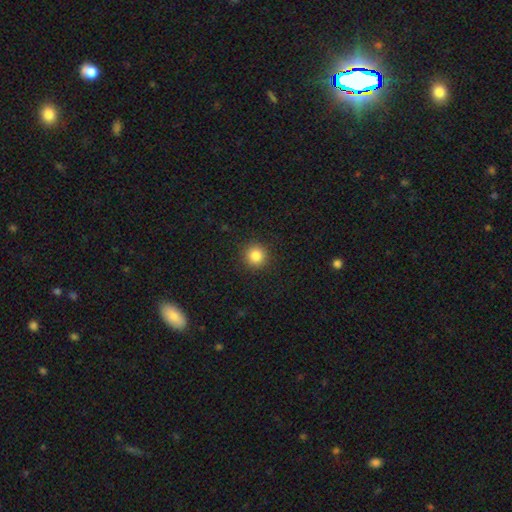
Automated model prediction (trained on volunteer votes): Smooth or featured: smooth — 85% (star or artifact — 11%)
How rounded: round — 93% (in between — 6%)
Merging: none — 91% (minor disturbance — 6%)